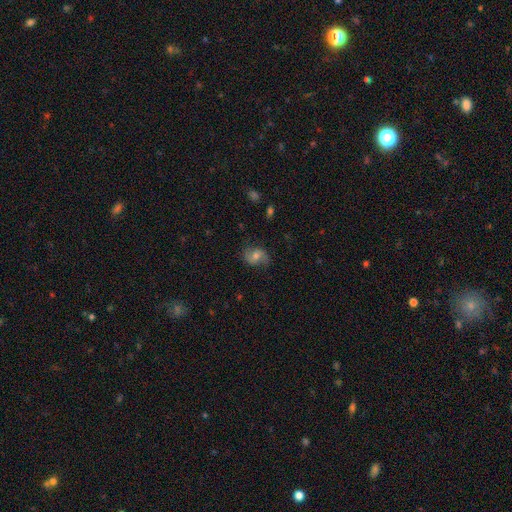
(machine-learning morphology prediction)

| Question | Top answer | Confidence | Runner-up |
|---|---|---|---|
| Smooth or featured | featured or disk | 58% | smooth (31%) |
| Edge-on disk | no | 97% | yes (3%) |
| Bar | no | 53% | weak (37%) |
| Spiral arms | yes | 89% | no (11%) |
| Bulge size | moderate | 61% | small (26%) |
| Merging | none | 74% | minor disturbance (17%) |